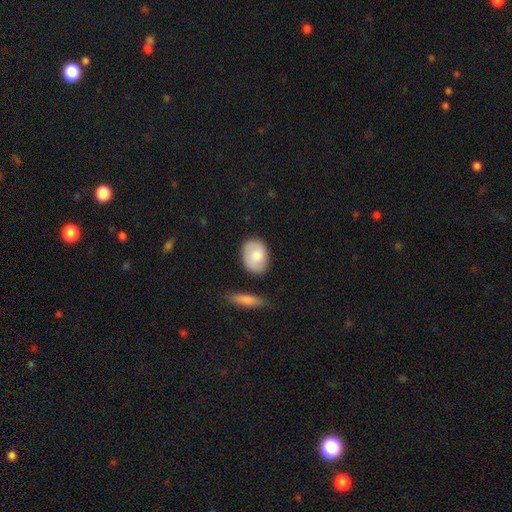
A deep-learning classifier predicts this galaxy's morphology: A smooth galaxy with no disk features (75%) that is in between round and cigar-shaped (73%).

Vote fractions:
- Smooth or featured? smooth: 75% / featured or disk: 19% / star or artifact: 6%
- How rounded? in between: 73% / round: 26% / cigar-shaped: 2%
- Merging? none: 73% / minor disturbance: 19% / merger: 4% / major disturbance: 4%